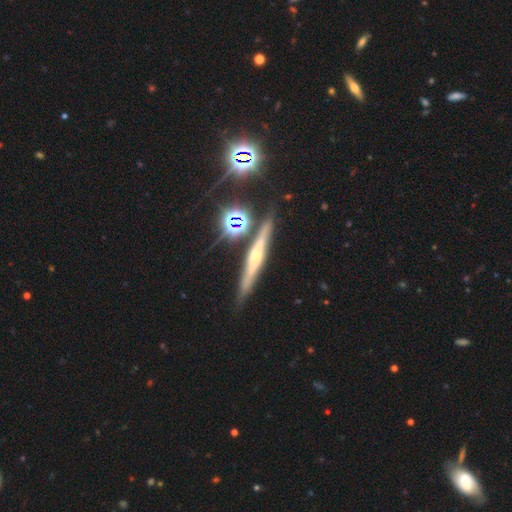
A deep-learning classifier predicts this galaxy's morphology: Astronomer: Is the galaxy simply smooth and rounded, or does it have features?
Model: featured or disk — 58%.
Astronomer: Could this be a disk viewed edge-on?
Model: yes — 94%.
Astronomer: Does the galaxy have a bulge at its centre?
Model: rounded — 67%.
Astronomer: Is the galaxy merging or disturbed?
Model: none — 82%.